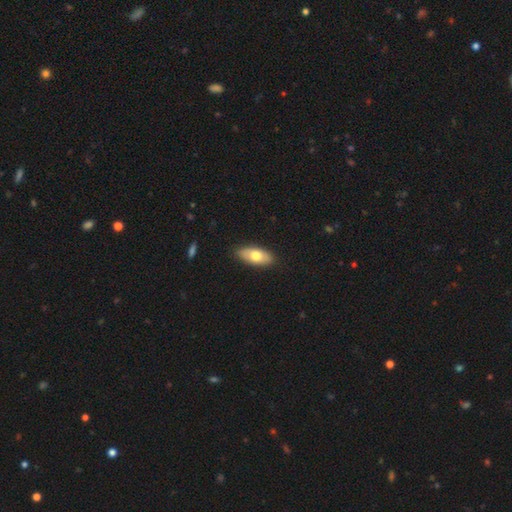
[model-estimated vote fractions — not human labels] smooth-or-featured: smooth: 69% | featured or disk: 26% | star or artifact: 6%
  how-rounded: in between: 85% | cigar-shaped: 12% | round: 3%
  merging: none: 87% | minor disturbance: 10% | major disturbance: 2% | merger: 1%